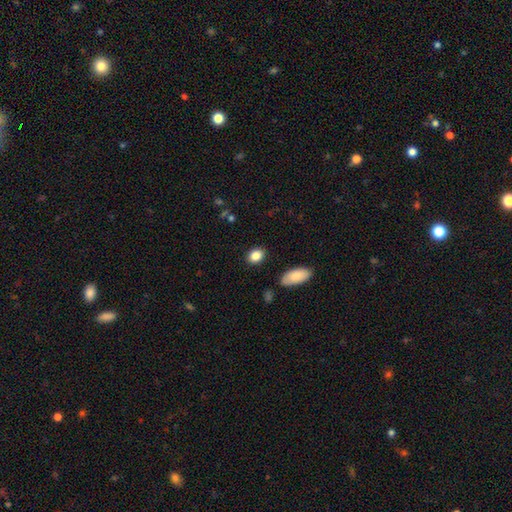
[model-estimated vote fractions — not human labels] Morphology: type=smooth (86%); roundness=in between (65%); merging=none (87%).